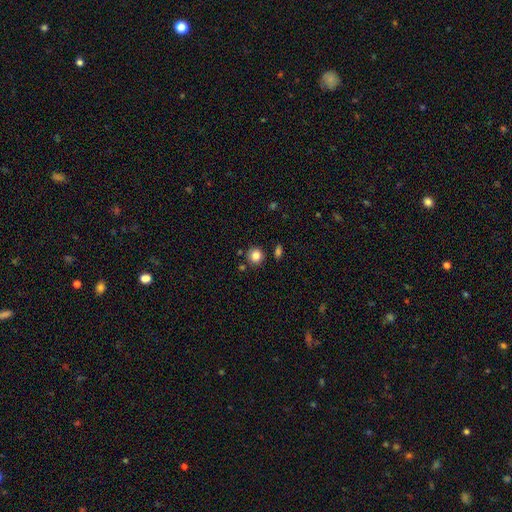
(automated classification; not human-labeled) The model was most divided on "smooth or featured": smooth: 84%, star or artifact: 11%, featured or disk: 5%. More confident: how rounded — round (89%); merging — none (83%).